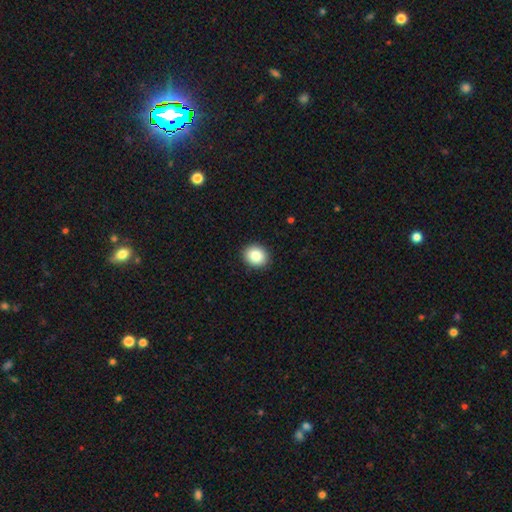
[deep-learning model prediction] Smooth or featured? Predicted: smooth (p=0.85). How rounded? Predicted: round (p=0.68). Merging? Predicted: none (p=0.91).